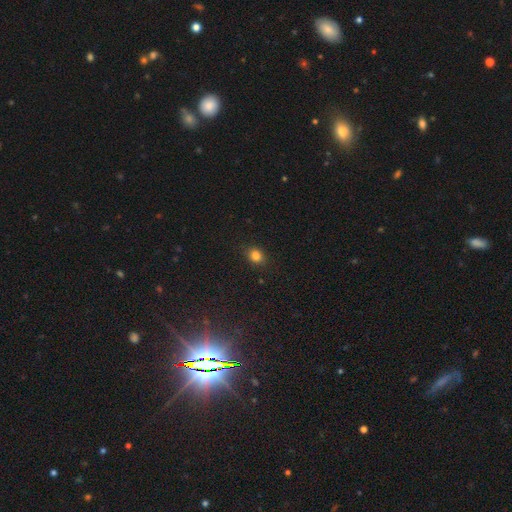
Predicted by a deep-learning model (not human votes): This appears to be a smooth galaxy with no disk features (82%) that is round (57%). Merging: none (84%).